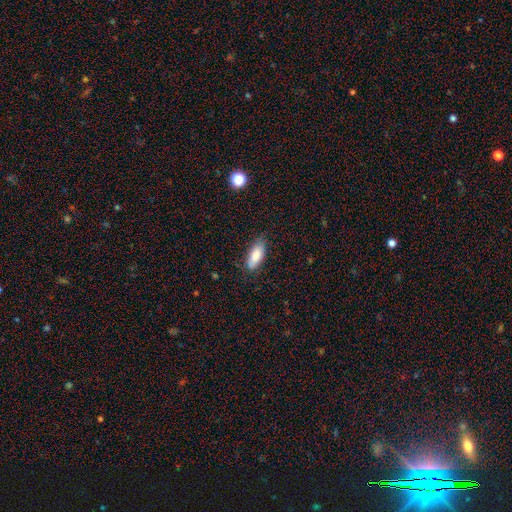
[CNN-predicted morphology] Overall: smooth (83%). How rounded: in between (78%). Merging: none (78%).